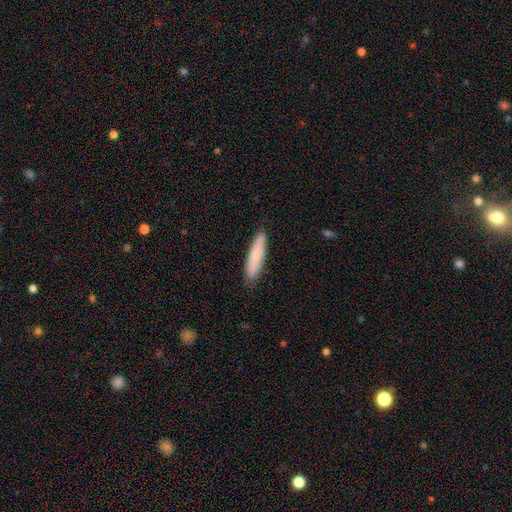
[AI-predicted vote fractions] This is likely a smooth galaxy (71%). How rounded: clearly cigar-shaped (80%). Merging: clearly none (83%).